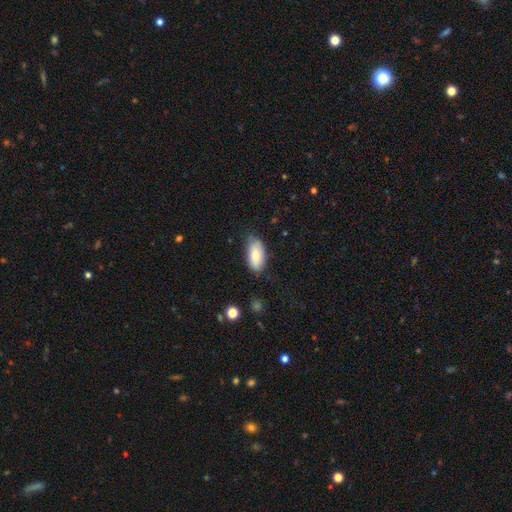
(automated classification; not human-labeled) A smooth galaxy with no disk features (77%) that is in between round and cigar-shaped (93%).

Vote fractions:
- Smooth or featured? smooth: 77% / featured or disk: 17% / star or artifact: 7%
- How rounded? in between: 93% / cigar-shaped: 4% / round: 3%
- Merging? none: 68% / minor disturbance: 25% / major disturbance: 5% / merger: 2%